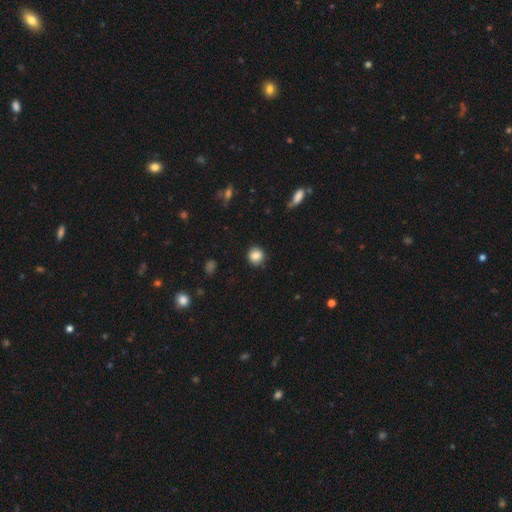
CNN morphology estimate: The model was most divided on "how rounded": round: 87%, in between: 12%, cigar-shaped: 1%. More confident: merging — none (87%); smooth or featured — smooth (85%).